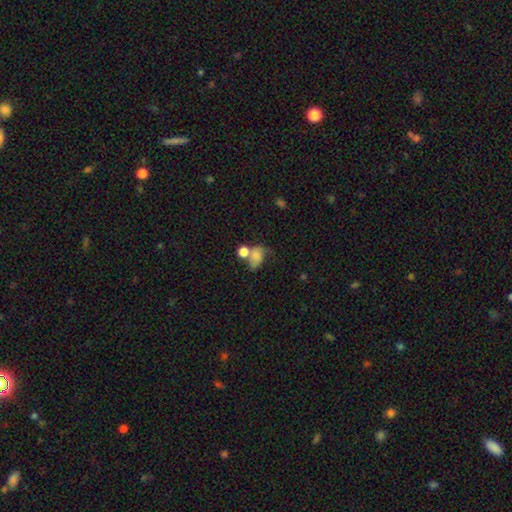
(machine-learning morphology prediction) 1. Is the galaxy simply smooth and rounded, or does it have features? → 64% smooth, 23% featured or disk, 12% star or artifact.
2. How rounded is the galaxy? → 61% in between, 37% round, 2% cigar-shaped.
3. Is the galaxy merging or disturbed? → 39% merger, 25% none, 18% minor disturbance, 18% major disturbance.